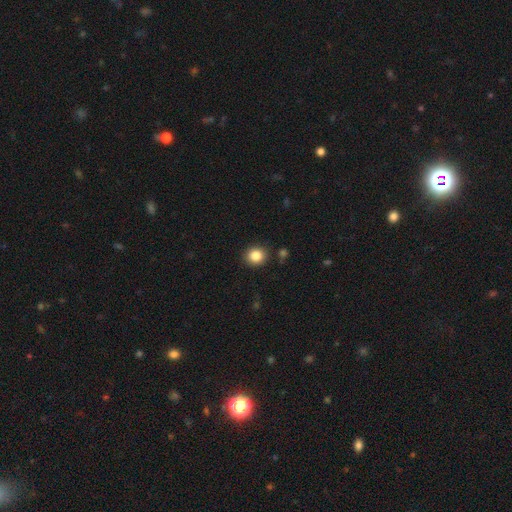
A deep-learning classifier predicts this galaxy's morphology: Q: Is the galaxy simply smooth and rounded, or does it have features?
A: smooth — 85%.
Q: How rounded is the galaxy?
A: round — 84%.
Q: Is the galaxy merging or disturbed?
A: none — 89%.